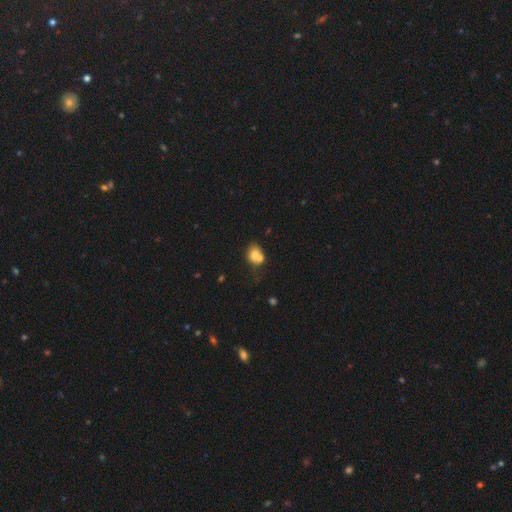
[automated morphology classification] smooth-or-featured: smooth: 72% | featured or disk: 17% | star or artifact: 11%
  how-rounded: in between: 52% | round: 47% | cigar-shaped: 1%
  merging: merger: 46% | none: 34% | minor disturbance: 14% | major disturbance: 6%